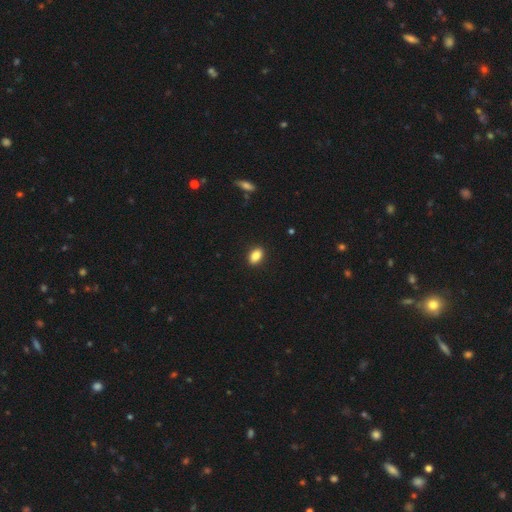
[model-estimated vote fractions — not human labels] Smooth or featured: smooth — 88% (star or artifact — 8%)
How rounded: in between — 88% (round — 10%)
Merging: none — 90% (minor disturbance — 7%)